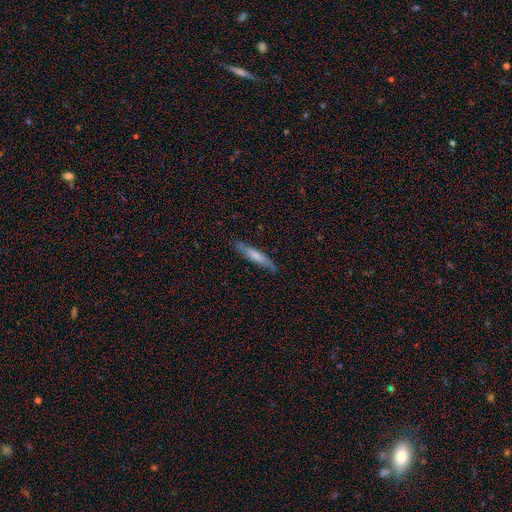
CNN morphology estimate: smooth-or-featured: smooth: 62% | featured or disk: 33% | star or artifact: 6%
  how-rounded: cigar-shaped: 90% | in between: 9% | round: 1%
  merging: none: 82% | minor disturbance: 14% | major disturbance: 3% | merger: 1%